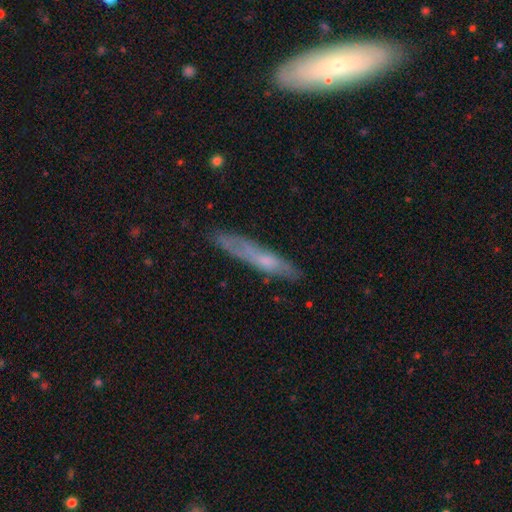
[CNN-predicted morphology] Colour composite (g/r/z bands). It shows a smooth galaxy with no disk features (49%). Merging: none (73%).